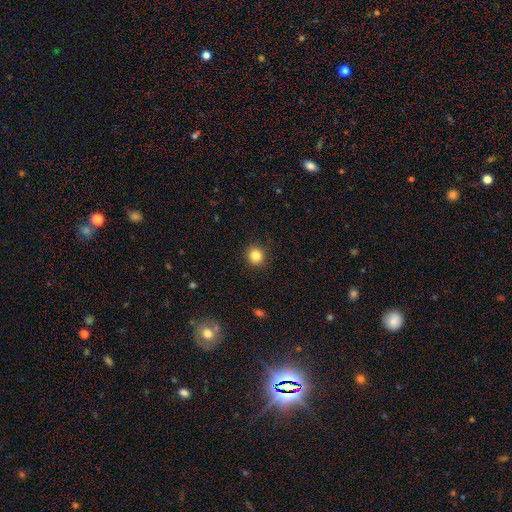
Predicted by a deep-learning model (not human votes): A smooth galaxy with no disk features (84%) that is round (90%).

Vote fractions:
- Smooth or featured? smooth: 84% / star or artifact: 11% / featured or disk: 5%
- How rounded? round: 90% / in between: 9% / cigar-shaped: 1%
- Merging? none: 90% / minor disturbance: 7% / major disturbance: 2% / merger: 1%